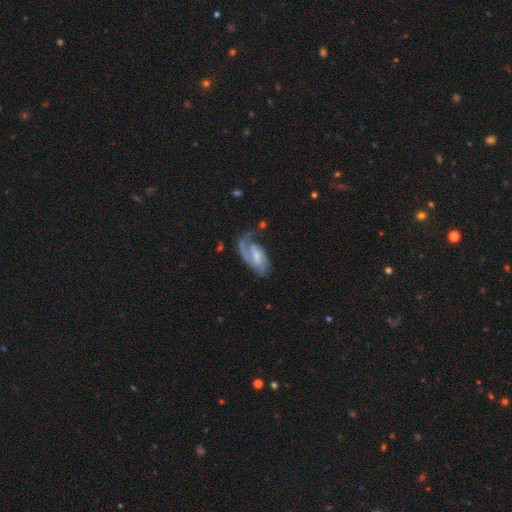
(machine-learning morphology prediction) This appears to be a featured or disk galaxy (80%) with a weak bar (47%), 1 (45%) medium (45%) spiral arms (93%) and a small central bulge (56%). Merging: none (45%).